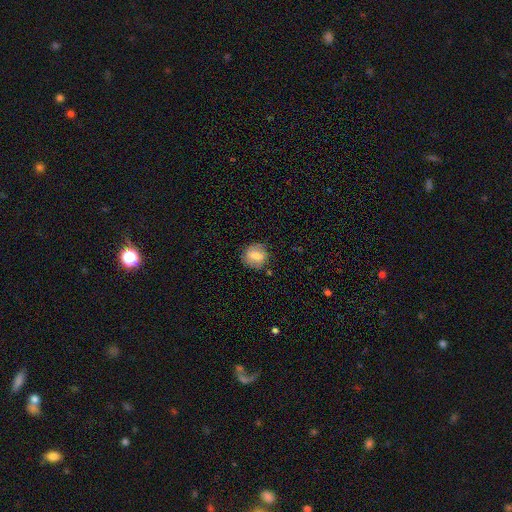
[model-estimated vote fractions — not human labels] A smooth galaxy with no disk features (65%) that is round (74%).

Vote fractions:
- Smooth or featured? smooth: 65% / featured or disk: 26% / star or artifact: 8%
- How rounded? round: 74% / in between: 25% / cigar-shaped: 2%
- Merging? none: 76% / minor disturbance: 17% / major disturbance: 5% / merger: 2%